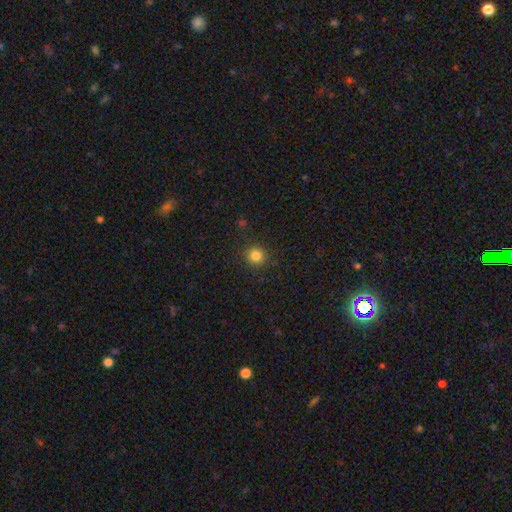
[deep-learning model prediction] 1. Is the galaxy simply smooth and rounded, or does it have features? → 83% smooth, 12% star or artifact, 4% featured or disk.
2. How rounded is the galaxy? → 93% round, 6% in between, 1% cigar-shaped.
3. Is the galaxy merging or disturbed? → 91% none, 6% minor disturbance, 2% major disturbance, 1% merger.